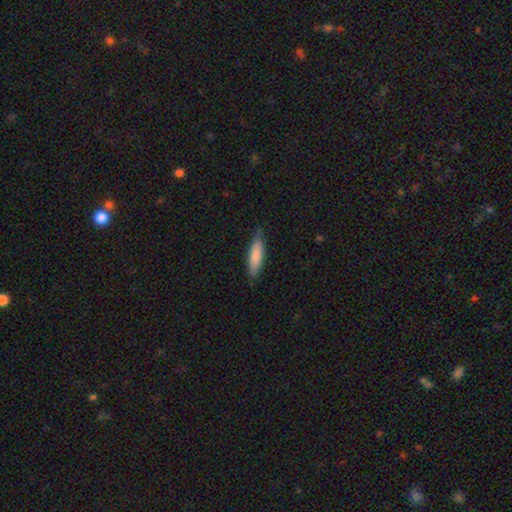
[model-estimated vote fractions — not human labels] Q: Smooth or featured?
A: smooth (81%); runner-up: featured or disk (14%)
Q: How rounded?
A: cigar-shaped (65%); runner-up: in between (34%)
Q: Merging?
A: none (79%); runner-up: minor disturbance (18%)